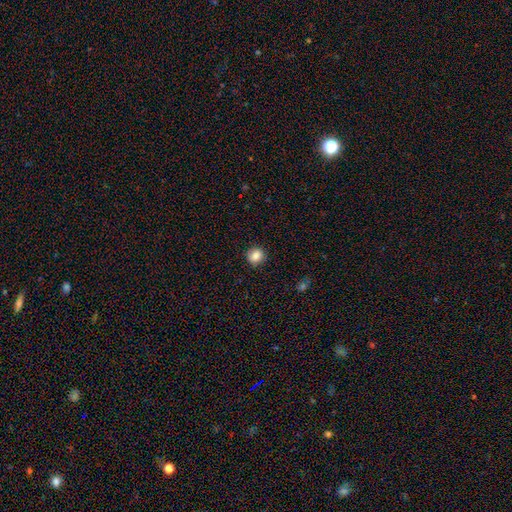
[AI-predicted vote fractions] smooth-or-featured: smooth: 84% | star or artifact: 10% | featured or disk: 6%
  how-rounded: round: 91% | in between: 8% | cigar-shaped: 1%
  merging: none: 90% | minor disturbance: 7% | major disturbance: 2% | merger: 1%